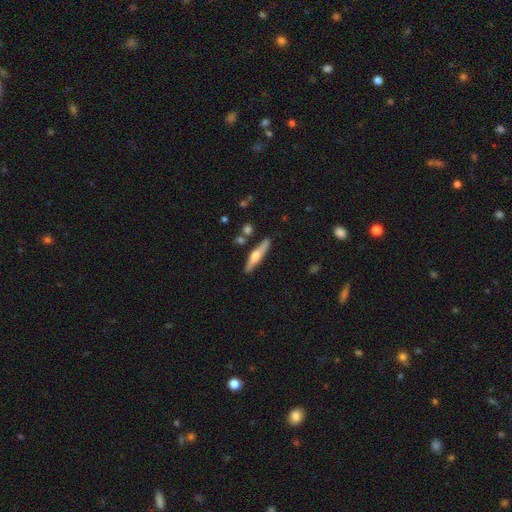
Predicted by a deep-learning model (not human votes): Smooth or featured?
  - featured or disk: 51% *
  - smooth: 43%
  - star or artifact: 6%
Edge-on disk?
  - yes: 93% *
  - no: 7%
Merging?
  - none: 83% *
  - minor disturbance: 10%
  - merger: 5%
  - major disturbance: 2%